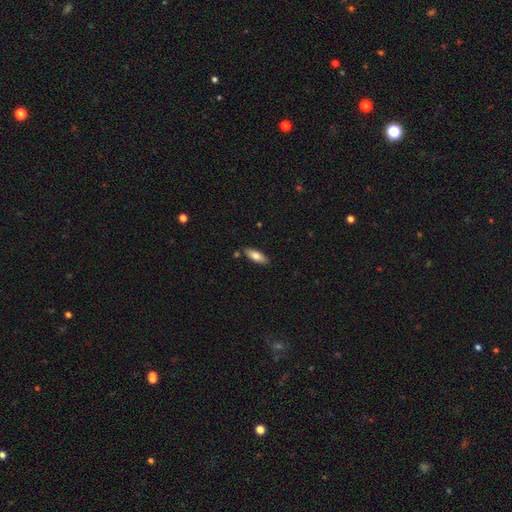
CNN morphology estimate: Q: Smooth or featured?
A: smooth (77%); runner-up: featured or disk (17%)
Q: How rounded?
A: in between (70%); runner-up: cigar-shaped (28%)
Q: Merging?
A: none (84%); runner-up: minor disturbance (11%)